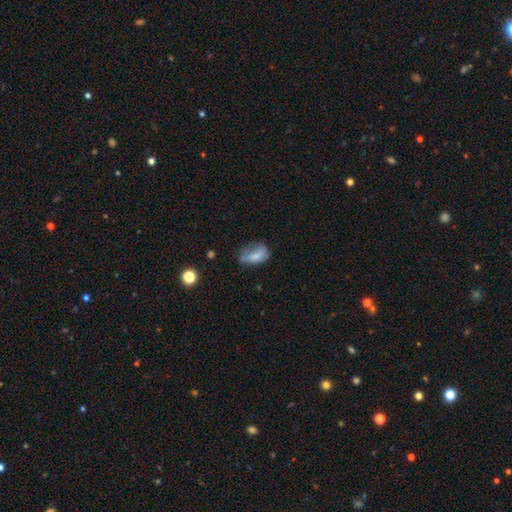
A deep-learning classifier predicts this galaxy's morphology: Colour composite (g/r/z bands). It shows a smooth galaxy with no disk features (67%) that is in between round and cigar-shaped (86%). Merging: minor disturbance (34%).